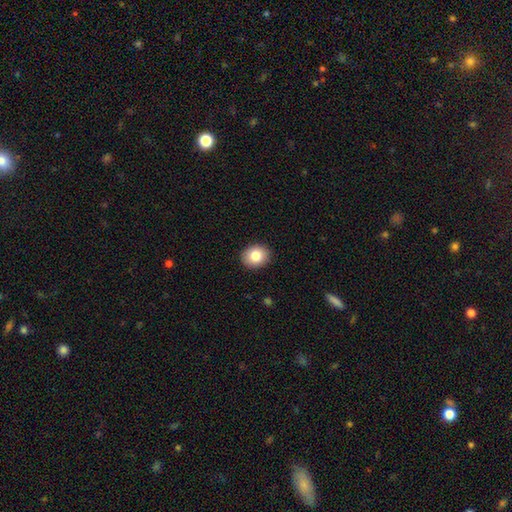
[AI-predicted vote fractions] smooth-or-featured: smooth: 83% | star or artifact: 9% | featured or disk: 8%
  how-rounded: round: 58% | in between: 41% | cigar-shaped: 1%
  merging: none: 90% | minor disturbance: 7% | major disturbance: 2% | merger: 1%